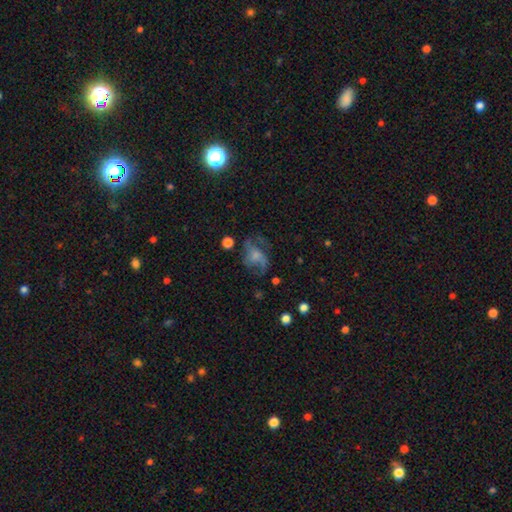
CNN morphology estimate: Overall: featured or disk (48%; smooth 39%). Merging: major disturbance (39%; none 37%).